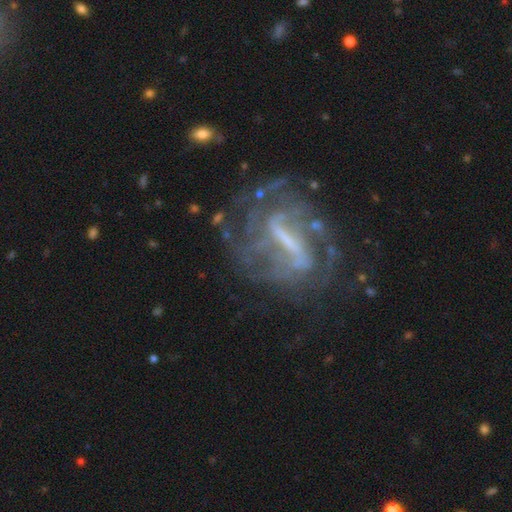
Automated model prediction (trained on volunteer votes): The model was most divided on "spiral winding": tight: 41%, medium: 38%, loose: 21%. Remaining: edge-on disk — no (92%); smooth or featured — featured or disk (82%); spiral arms — yes (78%); bar — strong (65%); merging — none (58%); spiral arm count — can't tell (44%); bulge size — none (40%).